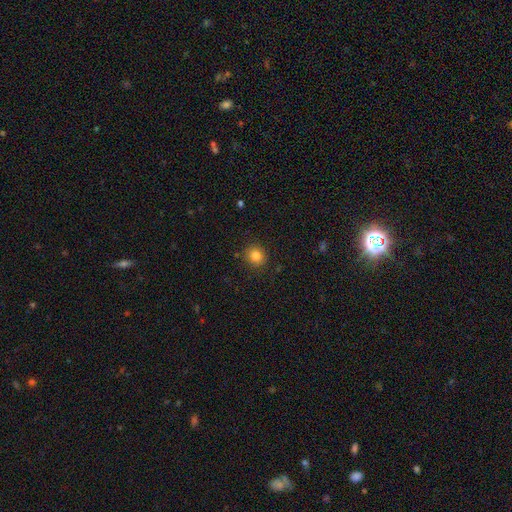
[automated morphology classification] Smooth or featured?
  - smooth: 83% *
  - star or artifact: 12%
  - featured or disk: 5%
How rounded?
  - round: 86% *
  - in between: 13%
  - cigar-shaped: 1%
Merging?
  - none: 89% *
  - minor disturbance: 8%
  - major disturbance: 2%
  - merger: 1%